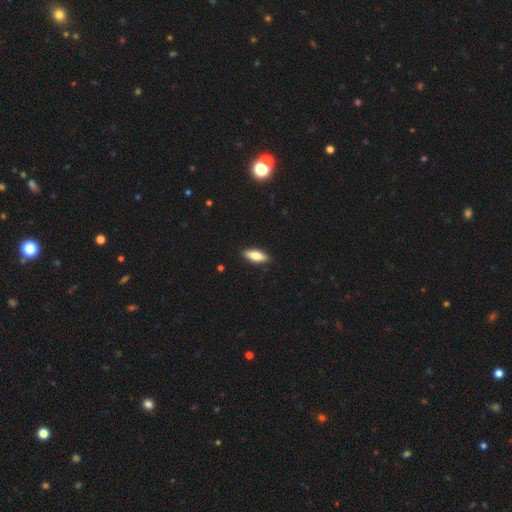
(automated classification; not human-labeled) A smooth galaxy with no disk features (75%) that is in between round and cigar-shaped (67%).

Vote fractions:
- Smooth or featured? smooth: 75% / featured or disk: 19% / star or artifact: 6%
- How rounded? in between: 67% / cigar-shaped: 31% / round: 2%
- Merging? none: 89% / minor disturbance: 9% / major disturbance: 2% / merger: 1%